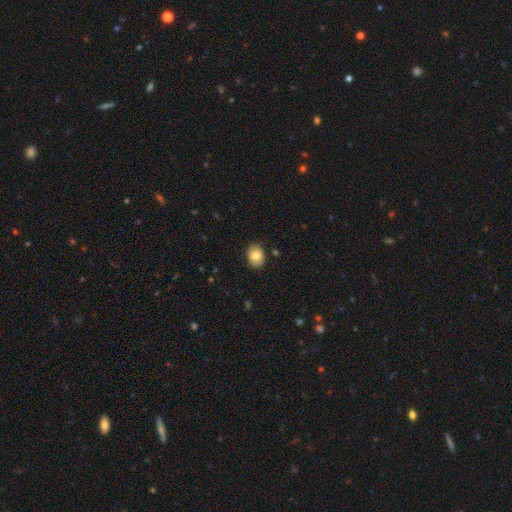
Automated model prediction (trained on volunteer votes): A smooth galaxy with no disk features (81%) that is in between round and cigar-shaped (68%).

Vote fractions:
- Smooth or featured? smooth: 81% / featured or disk: 11% / star or artifact: 8%
- How rounded? in between: 68% / round: 31% / cigar-shaped: 1%
- Merging? none: 85% / minor disturbance: 12% / major disturbance: 2% / merger: 1%